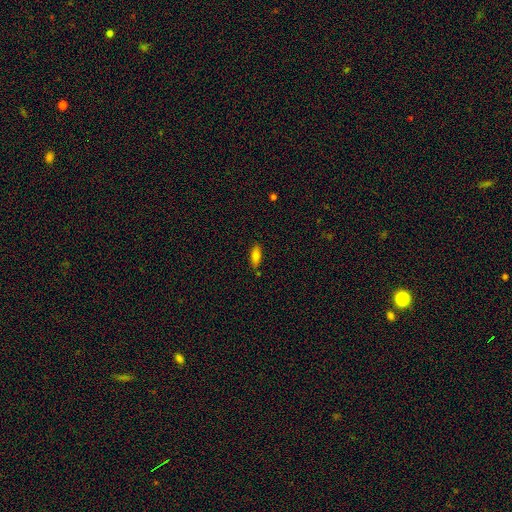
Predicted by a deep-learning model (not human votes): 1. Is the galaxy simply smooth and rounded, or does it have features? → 79% smooth, 12% featured or disk, 9% star or artifact.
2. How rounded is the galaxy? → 73% in between, 25% cigar-shaped, 3% round.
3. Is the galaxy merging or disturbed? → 80% none, 14% minor disturbance, 4% merger, 3% major disturbance.